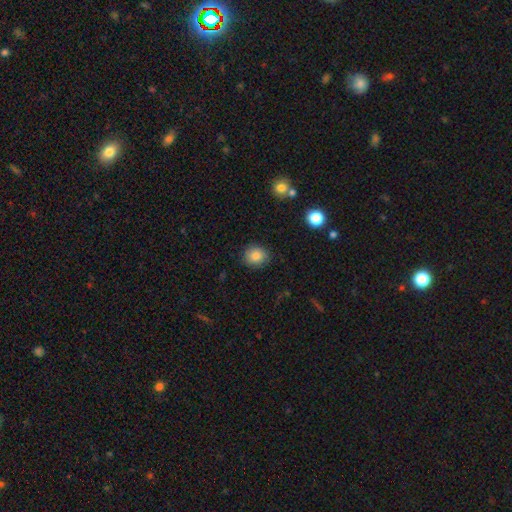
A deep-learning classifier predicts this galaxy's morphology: smooth-or-featured: smooth: 85% | star or artifact: 9% | featured or disk: 5%
  how-rounded: round: 78% | in between: 21% | cigar-shaped: 1%
  merging: none: 86% | minor disturbance: 11% | major disturbance: 3% | merger: 1%